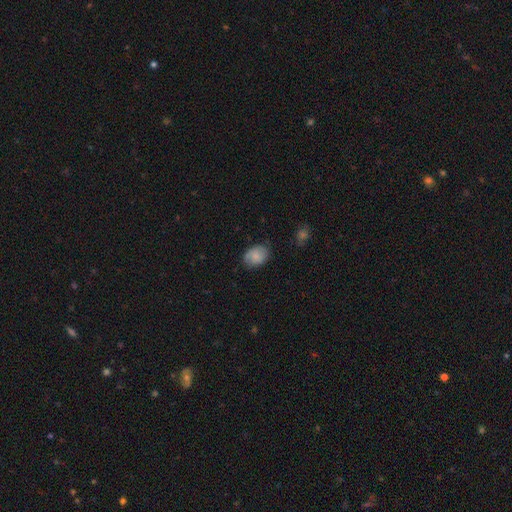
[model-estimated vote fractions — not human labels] Smooth or featured: smooth — 78% (featured or disk — 15%)
How rounded: in between — 72% (round — 27%)
Merging: none — 75% (minor disturbance — 20%)